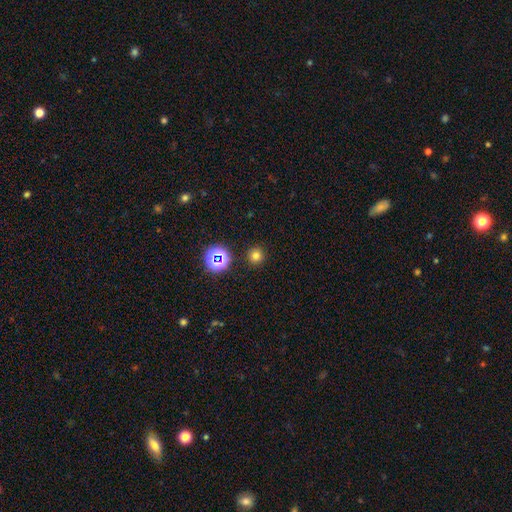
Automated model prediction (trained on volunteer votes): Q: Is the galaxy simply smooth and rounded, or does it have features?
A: smooth — 73%.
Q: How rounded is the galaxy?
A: round — 95%.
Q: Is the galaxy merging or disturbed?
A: none — 91%.